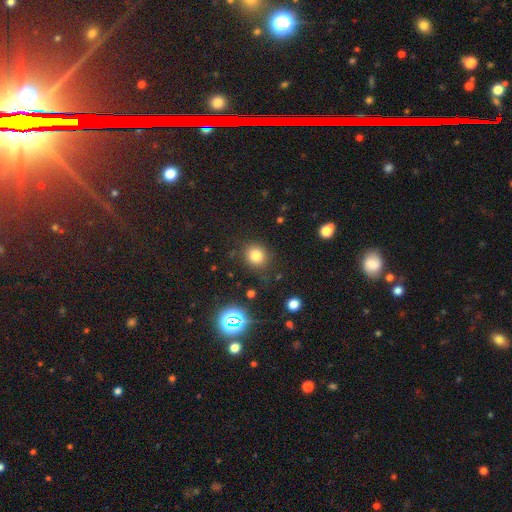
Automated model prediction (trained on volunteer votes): A smooth galaxy with no disk features (77%) that is round (78%).

Vote fractions:
- Smooth or featured? smooth: 77% / star or artifact: 16% / featured or disk: 7%
- How rounded? round: 78% / in between: 21% / cigar-shaped: 1%
- Merging? none: 84% / minor disturbance: 10% / major disturbance: 4% / merger: 2%